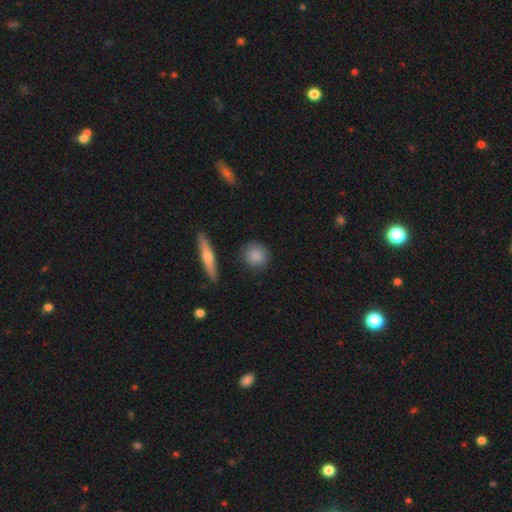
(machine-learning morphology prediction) Overall: smooth (85%). How rounded: round (84%). Merging: none (86%).